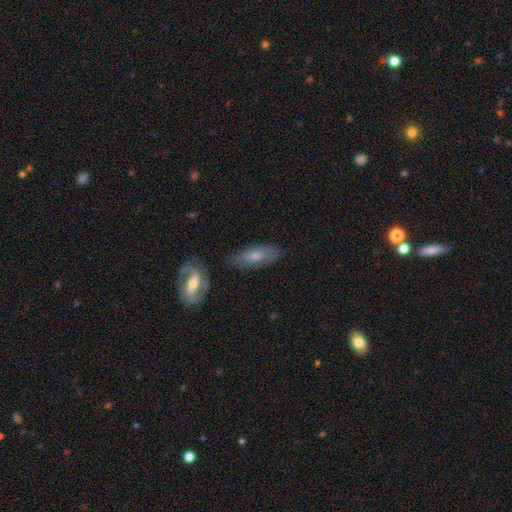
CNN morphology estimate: Q: Smooth or featured?
A: smooth (61%); runner-up: featured or disk (31%)
Q: How rounded?
A: in between (67%); runner-up: cigar-shaped (30%)
Q: Merging?
A: none (74%); runner-up: minor disturbance (16%)